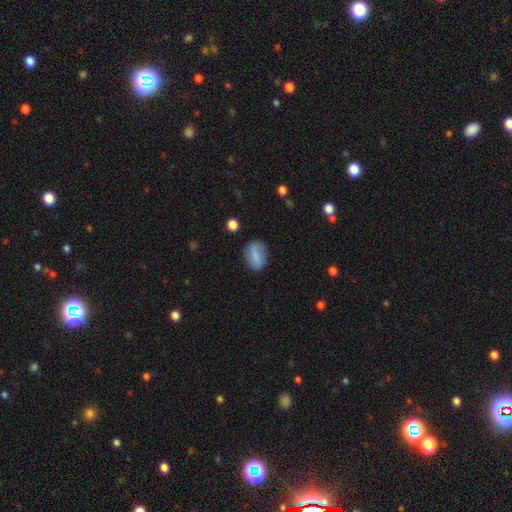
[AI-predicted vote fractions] A smooth galaxy with no disk features (73%) that is in between round and cigar-shaped (72%).

Vote fractions:
- Smooth or featured? smooth: 73% / featured or disk: 18% / star or artifact: 8%
- How rounded? in between: 72% / round: 25% / cigar-shaped: 3%
- Merging? none: 77% / minor disturbance: 16% / major disturbance: 5% / merger: 2%